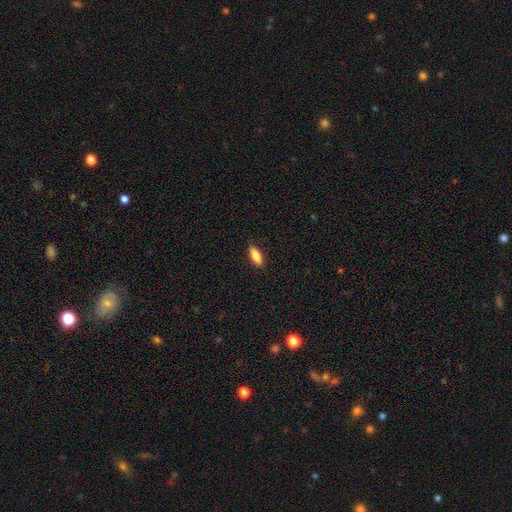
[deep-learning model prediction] Morphology: type=smooth (82%); roundness=in between (72%); merging=none (87%).